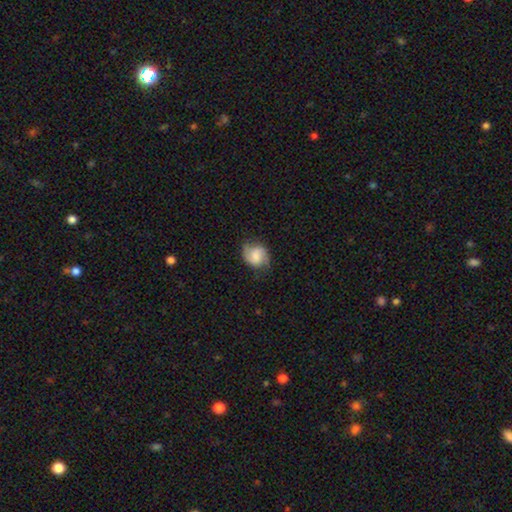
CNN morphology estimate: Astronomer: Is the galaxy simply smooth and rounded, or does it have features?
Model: smooth — 53% (runner-up: featured or disk, 39%).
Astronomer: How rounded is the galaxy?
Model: round — 56% (runner-up: in between, 43%).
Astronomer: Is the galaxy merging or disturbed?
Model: none — 68%.